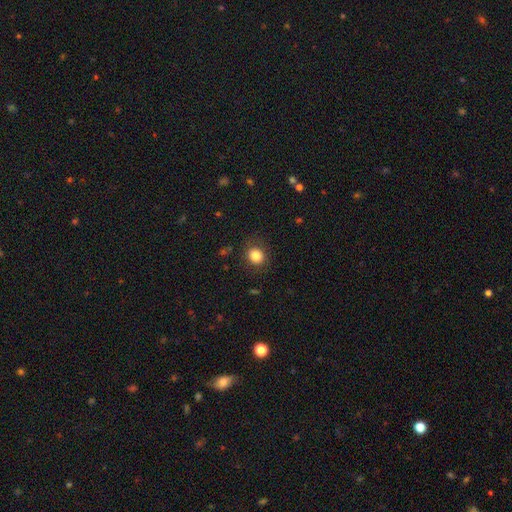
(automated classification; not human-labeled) smooth 83%, star or artifact 11%, featured or disk 7%. Down the decision tree: how rounded — round (78%); merging — none (85%).